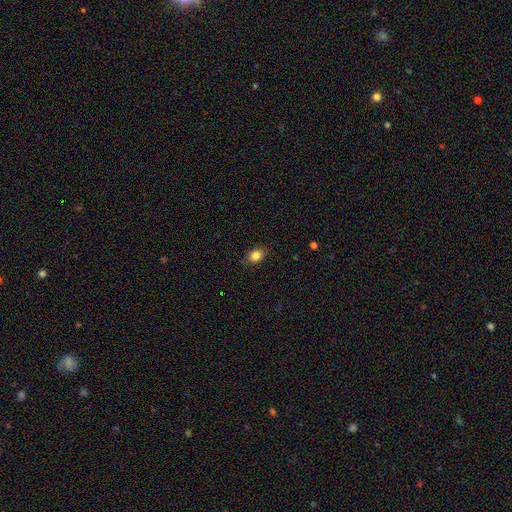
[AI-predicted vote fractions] This is clearly a smooth galaxy (84%). How rounded: likely in between (63%). Merging: clearly none (86%).